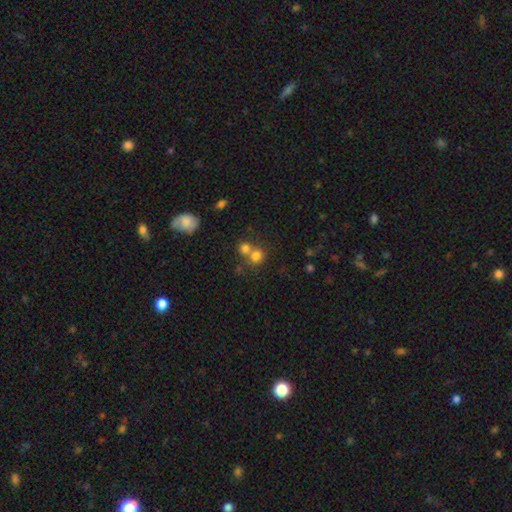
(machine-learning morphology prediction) smooth_or_featured: smooth (p=0.75) [alt: star or artifact p=0.14]
how_rounded: round (p=0.79) [alt: in between p=0.20]
merging: merger (p=0.46) [alt: none p=0.43]